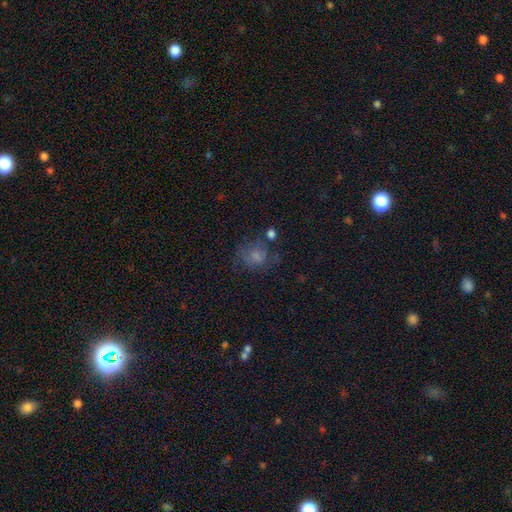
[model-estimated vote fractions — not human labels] Smooth or featured: smooth — 62% (featured or disk — 24%)
How rounded: round — 67% (in between — 32%)
Merging: none — 47% (minor disturbance — 23%)